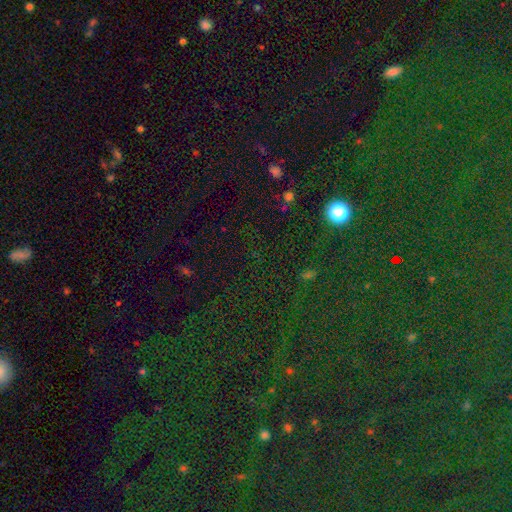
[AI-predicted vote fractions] Smooth or featured? Predicted: star or artifact (p=0.74).